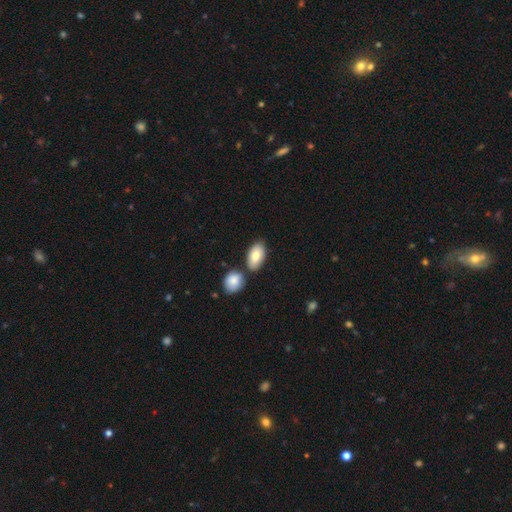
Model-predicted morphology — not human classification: This appears to be a smooth galaxy with no disk features (81%) that is in between round and cigar-shaped (94%). Merging: none (67%).